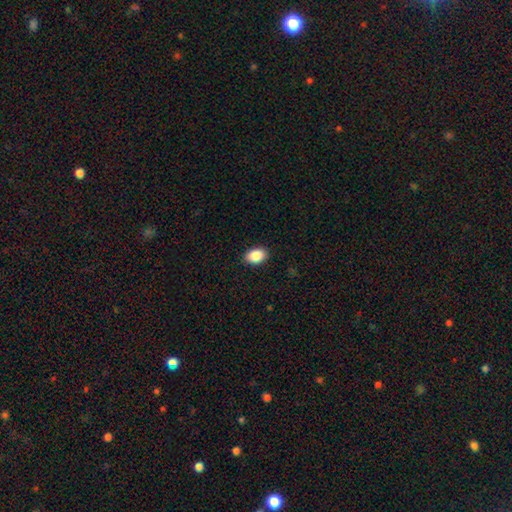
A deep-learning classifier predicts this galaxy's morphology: Smooth or featured? Predicted: smooth (p=0.89). How rounded? Predicted: in between (p=0.82). Merging? Predicted: none (p=0.90).